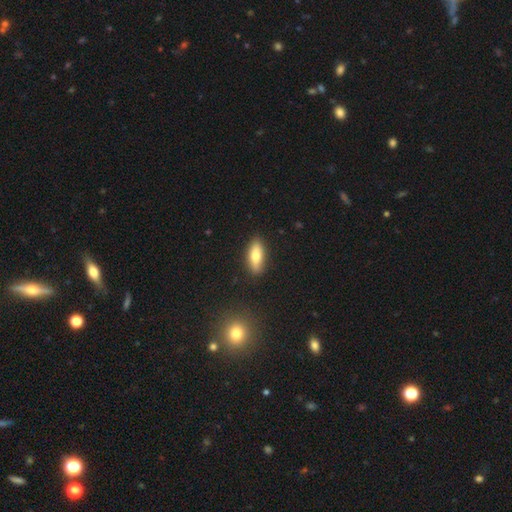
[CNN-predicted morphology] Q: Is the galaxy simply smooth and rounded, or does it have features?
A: smooth — 73%.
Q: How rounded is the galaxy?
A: in between — 72%.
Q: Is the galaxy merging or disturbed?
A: none — 86%.